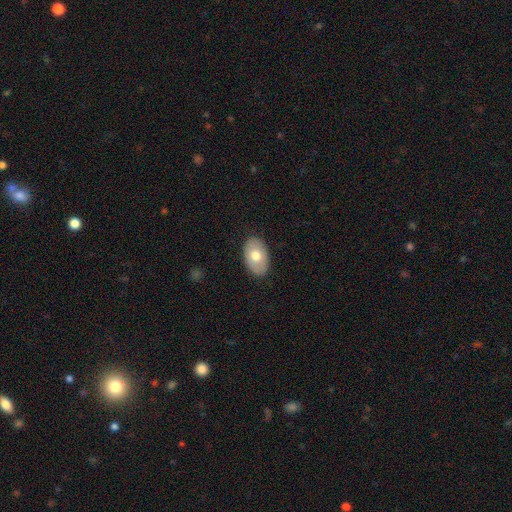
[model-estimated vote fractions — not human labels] smooth_or_featured: smooth (p=0.67) [alt: featured or disk p=0.27]
how_rounded: in between (p=0.90) [alt: round p=0.09]
merging: none (p=0.87) [alt: minor disturbance p=0.10]